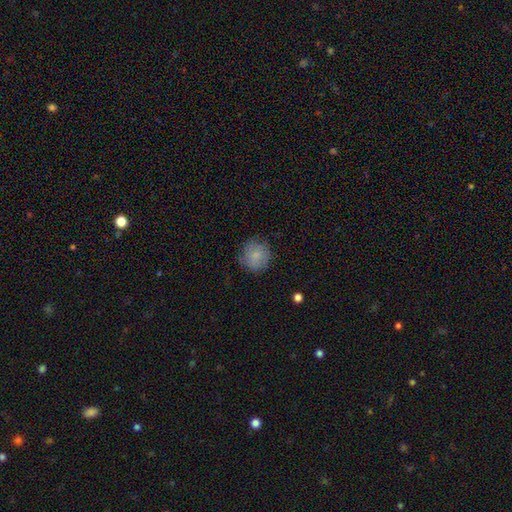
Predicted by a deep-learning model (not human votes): Morphology: type=smooth (80%); roundness=round (90%); merging=none (79%).